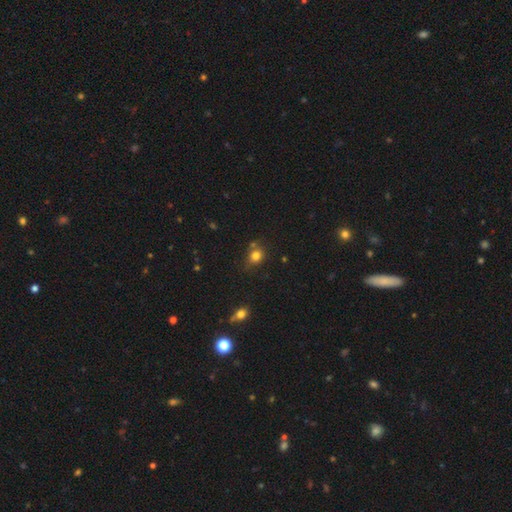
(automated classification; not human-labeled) smooth_or_featured: smooth (p=0.79) [alt: star or artifact p=0.13]
how_rounded: round (p=0.70) [alt: in between p=0.29]
merging: none (p=0.66) [alt: minor disturbance p=0.18]